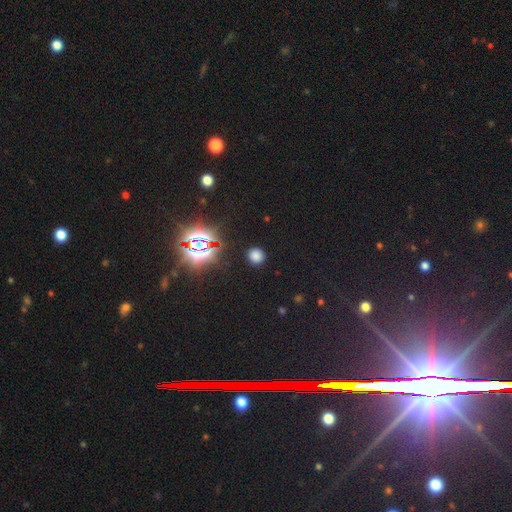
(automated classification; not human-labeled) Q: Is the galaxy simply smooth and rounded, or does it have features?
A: smooth — 70%.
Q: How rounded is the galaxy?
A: round — 88%.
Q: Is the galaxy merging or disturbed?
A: none — 90%.